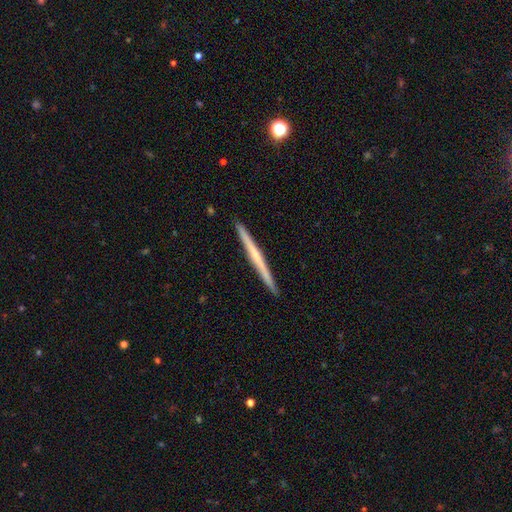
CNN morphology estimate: type=featured or disk (59%); edge-on=yes (98%); edge-on bulge=none (71%); merging=none (93%).